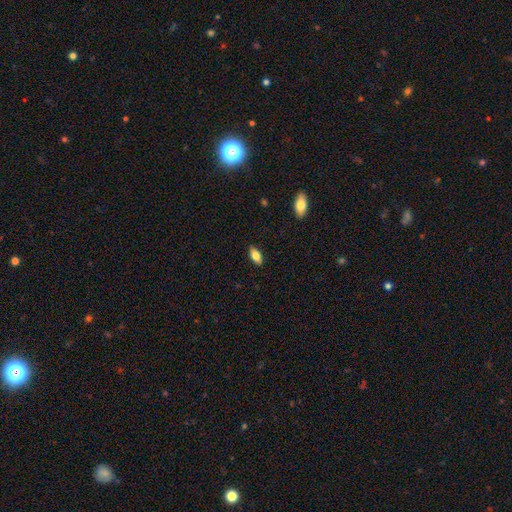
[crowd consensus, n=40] A smooth galaxy with no disk features (65%) that is in between round and cigar-shaped (88%). Merging: none (97%).